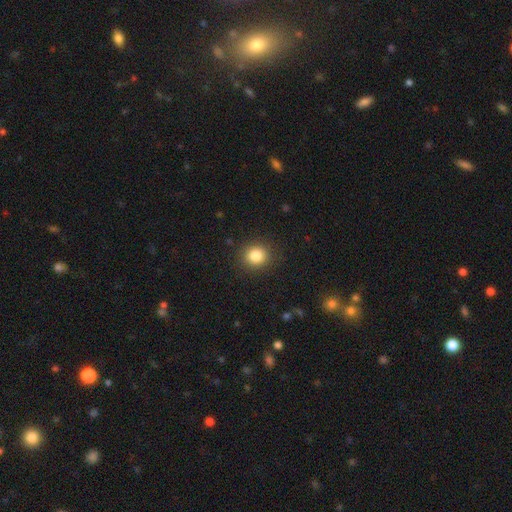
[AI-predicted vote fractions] The model was most divided on "smooth or featured": smooth: 84%, star or artifact: 11%, featured or disk: 5%. More confident: merging — none (90%); how rounded — round (86%).